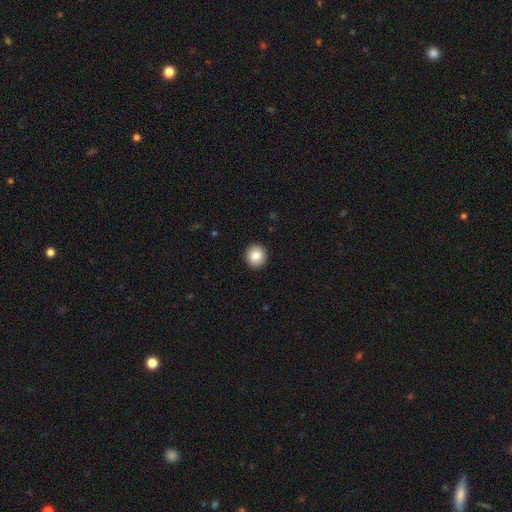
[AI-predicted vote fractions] Smooth or featured? Predicted: smooth (p=0.85). How rounded? Predicted: round (p=0.92). Merging? Predicted: none (p=0.93).